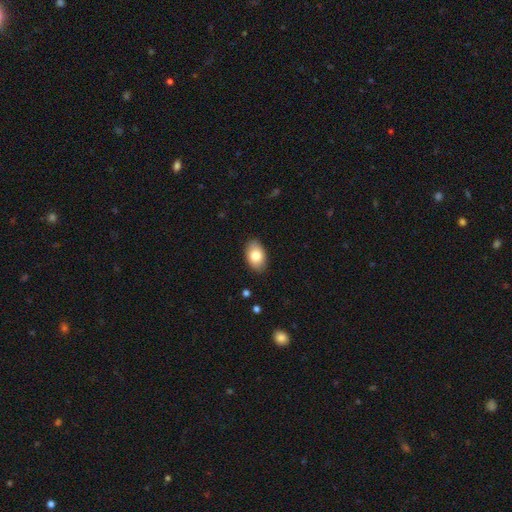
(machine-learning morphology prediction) This is clearly a smooth galaxy (81%). How rounded: clearly in between (90%). Merging: clearly none (88%).